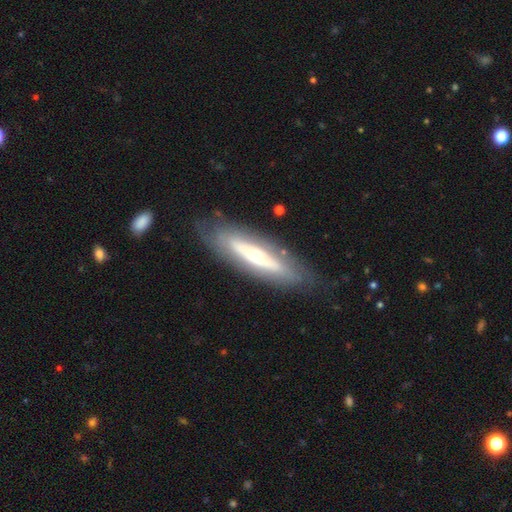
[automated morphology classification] Overall: featured or disk (67%; smooth 28%). Edge-on disk: no (61%; yes 39%). Merging: none (78%).